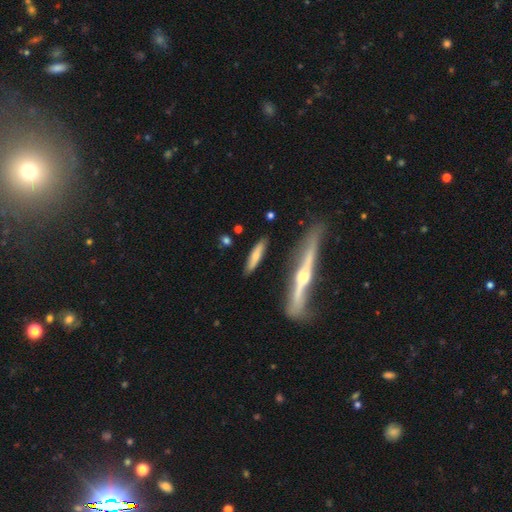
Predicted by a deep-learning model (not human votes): This is possibly a smooth galaxy (57%). How rounded: likely cigar-shaped (78%). Merging: clearly none (82%).